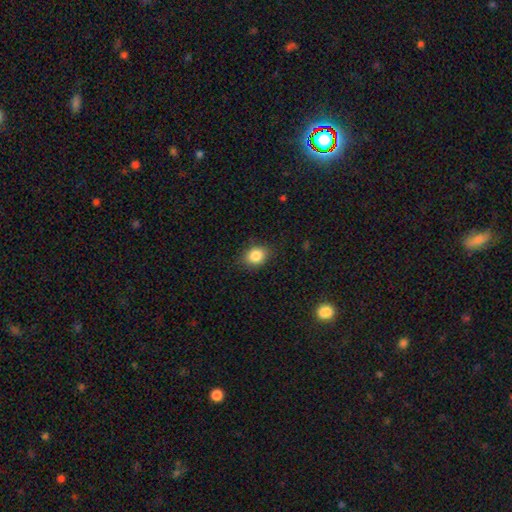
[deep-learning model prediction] Smooth or featured? smooth (85%)
How rounded? round (52%)
Merging? none (82%)